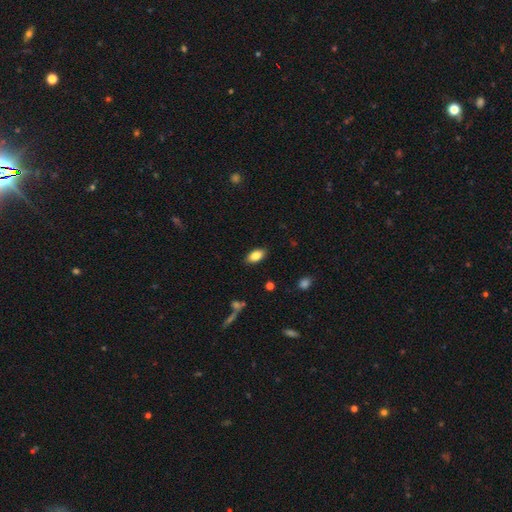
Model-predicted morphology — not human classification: Overall: smooth (85%). How rounded: in between (92%). Merging: none (87%).